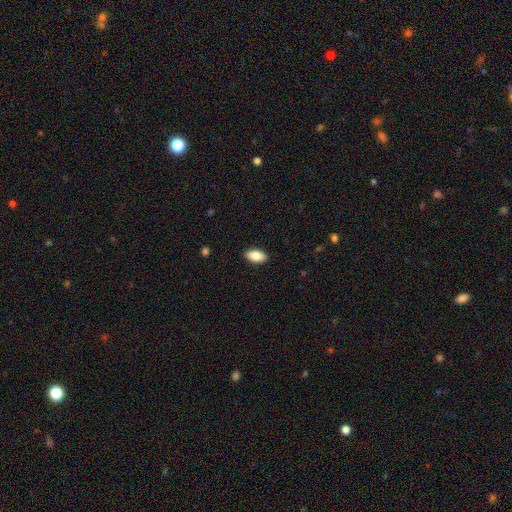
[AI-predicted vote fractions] Overall: smooth (83%). How rounded: in between (92%). Merging: none (89%).